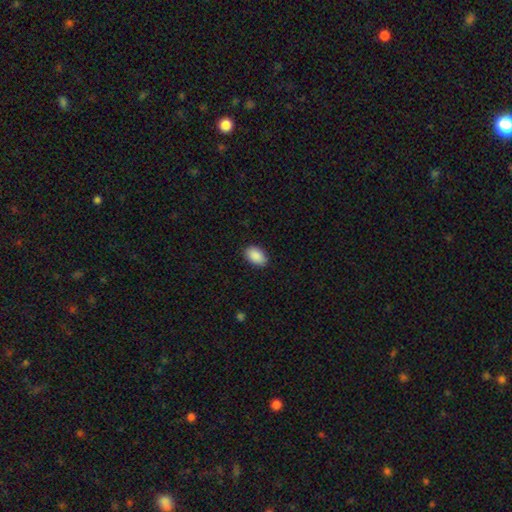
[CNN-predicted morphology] smooth_or_featured: smooth (p=0.90) [alt: star or artifact p=0.07]
how_rounded: in between (p=0.90) [alt: round p=0.09]
merging: none (p=0.87) [alt: minor disturbance p=0.10]